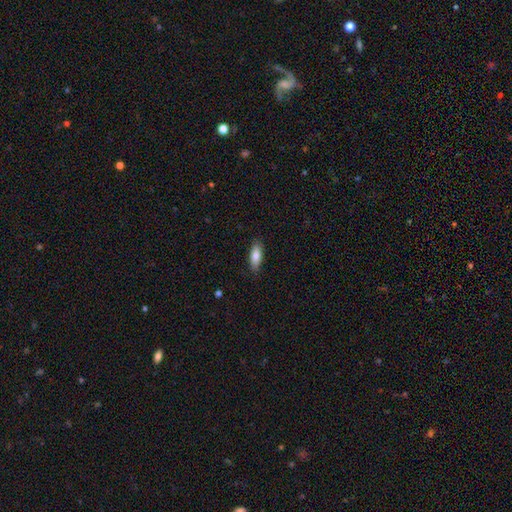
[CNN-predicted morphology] Smooth or featured? Predicted: smooth (p=0.82). How rounded? Predicted: in between (p=0.73). Merging? Predicted: none (p=0.86).